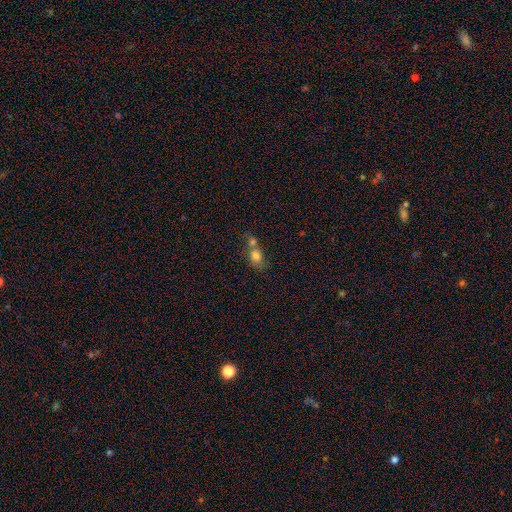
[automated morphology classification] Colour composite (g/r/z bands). It shows a smooth galaxy with no disk features (75%) that is in between round and cigar-shaped (53%). Merging: merger (62%).